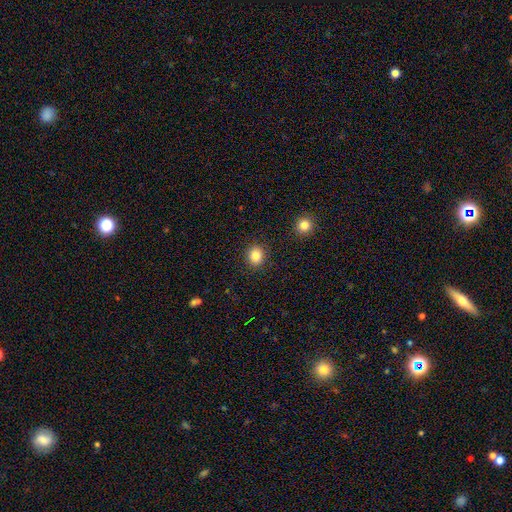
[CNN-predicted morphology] Overall: smooth (85%). How rounded: round (78%). Merging: none (90%).